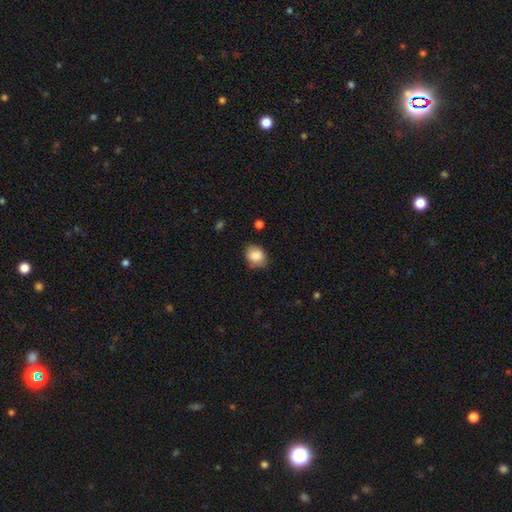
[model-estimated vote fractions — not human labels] smooth 86%, star or artifact 8%, featured or disk 6%. Down the decision tree: how rounded — in between (51%); merging — none (75%).